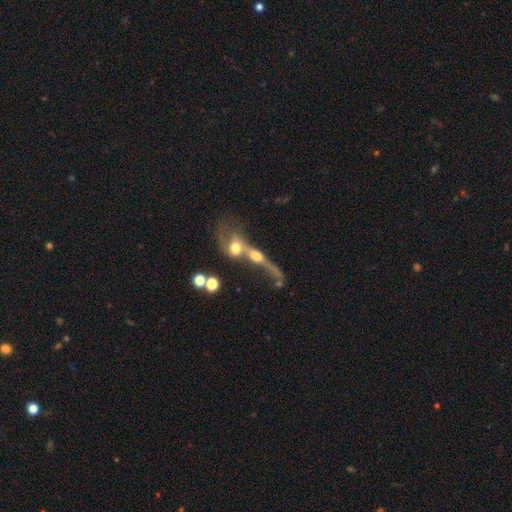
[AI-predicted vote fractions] Smooth or featured: featured or disk — 53% (smooth — 34%)
Edge-on disk: no — 64% (yes — 36%)
Merging: merger — 74% (major disturbance — 11%)